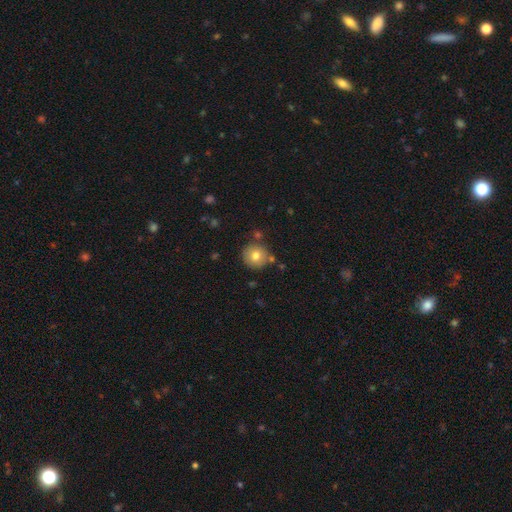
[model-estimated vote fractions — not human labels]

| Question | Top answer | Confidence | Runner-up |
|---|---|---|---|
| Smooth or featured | smooth | 75% | featured or disk (15%) |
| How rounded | round | 94% | in between (5%) |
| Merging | none | 80% | minor disturbance (10%) |